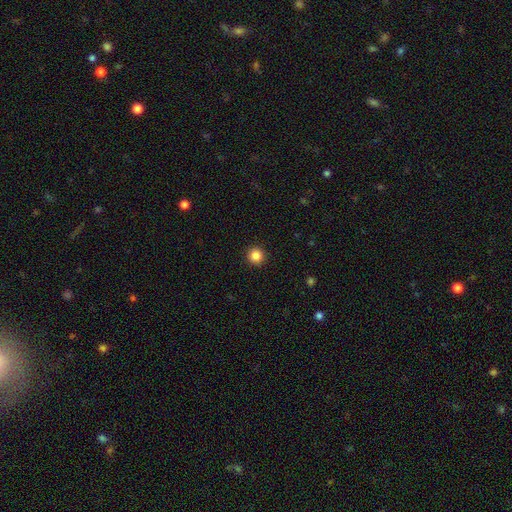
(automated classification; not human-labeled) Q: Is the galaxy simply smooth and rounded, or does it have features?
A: smooth — 86%.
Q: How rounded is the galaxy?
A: round — 96%.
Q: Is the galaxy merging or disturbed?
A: none — 93%.